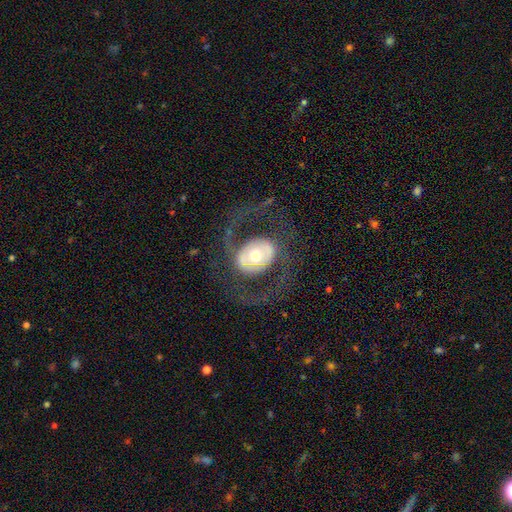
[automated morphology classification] The model was most divided on "spiral arms": yes: 66%, no: 34%. More confident: edge-on disk — no (95%); smooth or featured — featured or disk (77%); bulge size — moderate (67%); merging — none (64%); bar — no (61%).